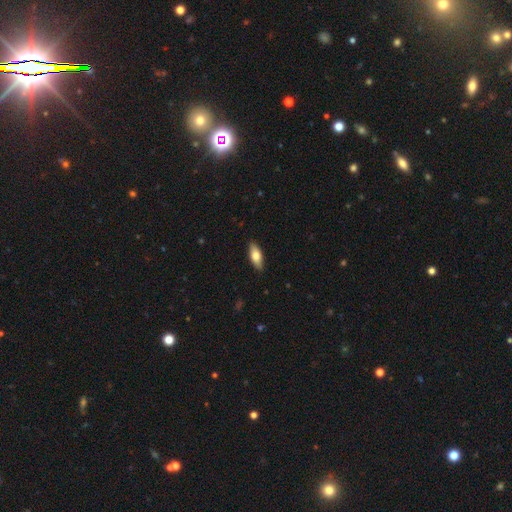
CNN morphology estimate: The model was most divided on "how rounded": in between: 76%, cigar-shaped: 22%, round: 2%. More confident: merging — none (87%); smooth or featured — smooth (75%).